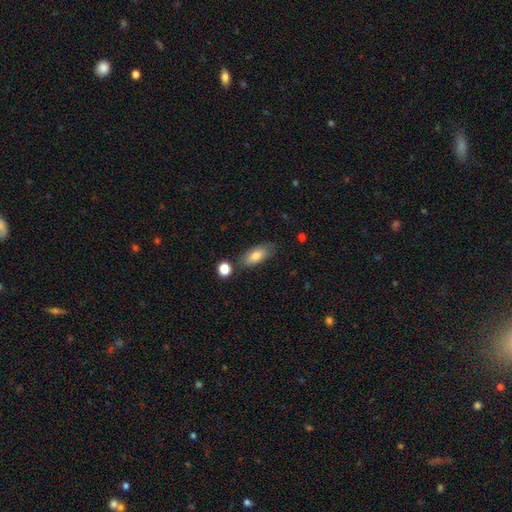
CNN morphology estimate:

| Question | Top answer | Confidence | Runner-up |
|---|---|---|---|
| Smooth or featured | smooth | 80% | featured or disk (13%) |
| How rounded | in between | 83% | cigar-shaped (14%) |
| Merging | none | 75% | minor disturbance (16%) |